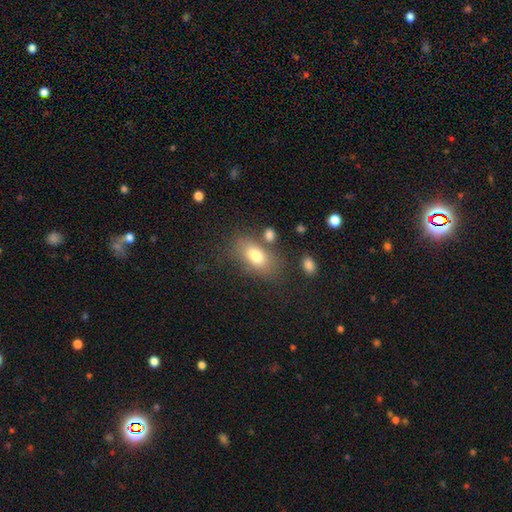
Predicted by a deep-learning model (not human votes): Overall: smooth (77%). How rounded: in between (85%). Merging: none (67%).